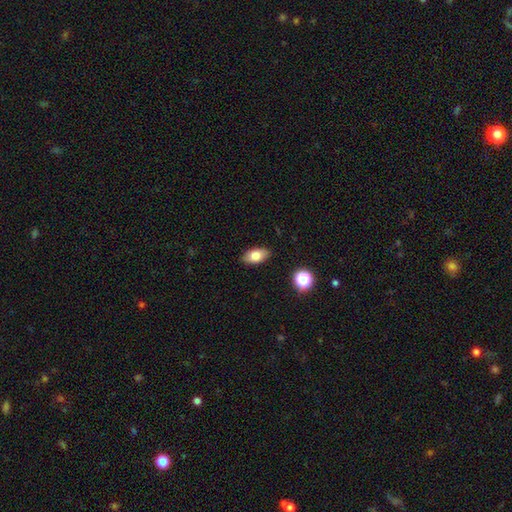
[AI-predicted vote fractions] This appears to be a smooth galaxy with no disk features (80%) that is in between round and cigar-shaped (91%). Merging: none (87%).